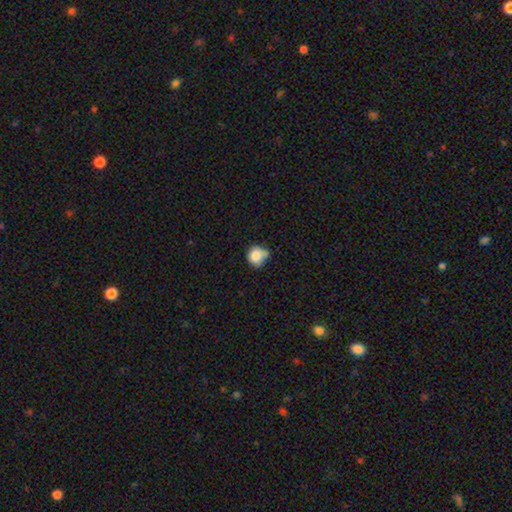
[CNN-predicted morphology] type=smooth (83%); roundness=round (84%); merging=none (45%).